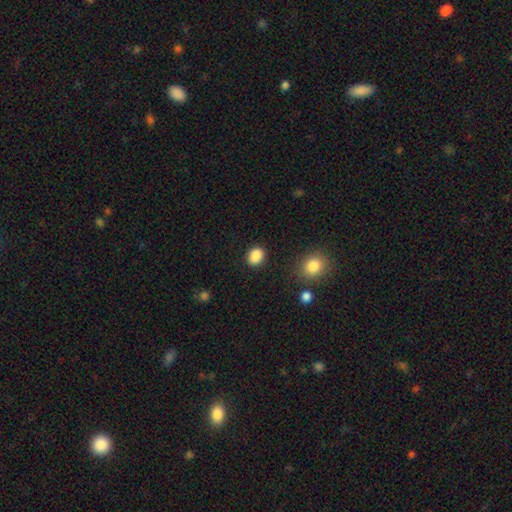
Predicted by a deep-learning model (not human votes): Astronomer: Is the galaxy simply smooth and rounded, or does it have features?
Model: smooth — 88%.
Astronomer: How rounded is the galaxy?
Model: in between — 57% (runner-up: round, 42%).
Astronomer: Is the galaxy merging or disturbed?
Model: none — 85%.